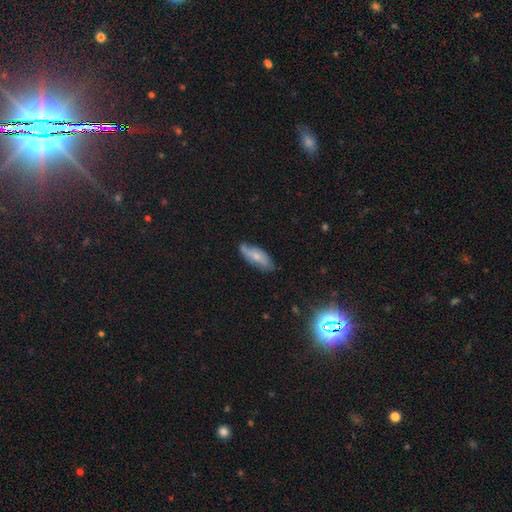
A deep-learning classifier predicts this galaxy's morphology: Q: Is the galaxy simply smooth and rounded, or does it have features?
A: smooth — 55%.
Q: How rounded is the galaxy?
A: in between — 72%.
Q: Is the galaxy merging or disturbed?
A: none — 61%.